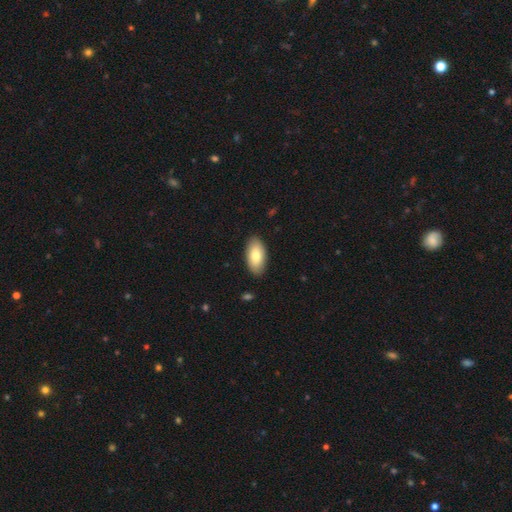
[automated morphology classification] Smooth or featured?
  - smooth: 80% *
  - featured or disk: 14%
  - star or artifact: 6%
How rounded?
  - in between: 94% *
  - cigar-shaped: 4%
  - round: 2%
Merging?
  - none: 88% *
  - minor disturbance: 9%
  - major disturbance: 2%
  - merger: 1%